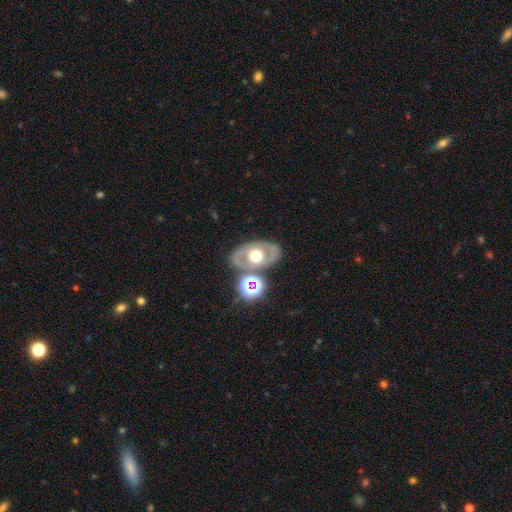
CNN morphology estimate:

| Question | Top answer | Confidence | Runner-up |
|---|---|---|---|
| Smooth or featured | featured or disk | 59% | smooth (31%) |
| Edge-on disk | no | 90% | yes (10%) |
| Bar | no | 87% | weak (10%) |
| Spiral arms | no | 79% | yes (21%) |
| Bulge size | moderate | 61% | large (30%) |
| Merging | none | 73% | minor disturbance (11%) |